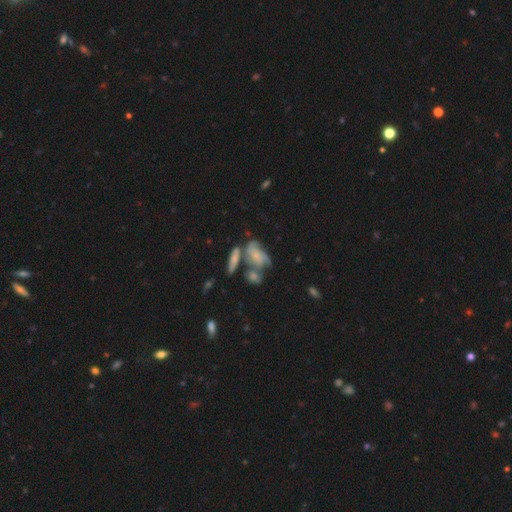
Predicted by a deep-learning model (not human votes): Q: Smooth or featured?
A: featured or disk (64%); runner-up: smooth (27%)
Q: Edge-on disk?
A: no (92%); runner-up: yes (8%)
Q: Bar?
A: no (73%); runner-up: weak (22%)
Q: Spiral arms?
A: yes (84%); runner-up: no (16%)
Q: Bulge size?
A: small (66%); runner-up: moderate (21%)
Q: Merging?
A: none (37%); runner-up: merger (29%)